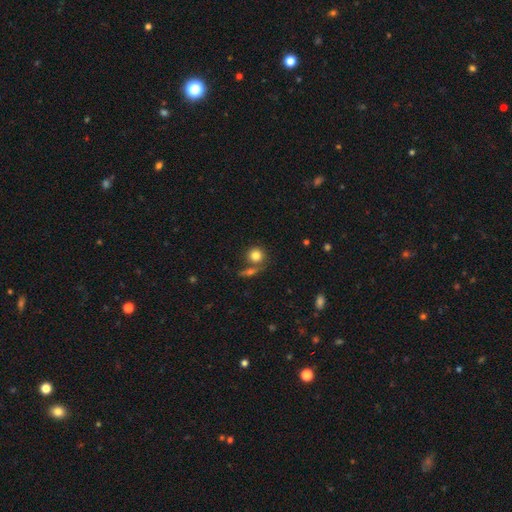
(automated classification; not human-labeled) smooth_or_featured: smooth (p=0.80) [alt: star or artifact p=0.10]
how_rounded: round (p=0.87) [alt: in between p=0.11]
merging: none (p=0.62) [alt: merger p=0.24]